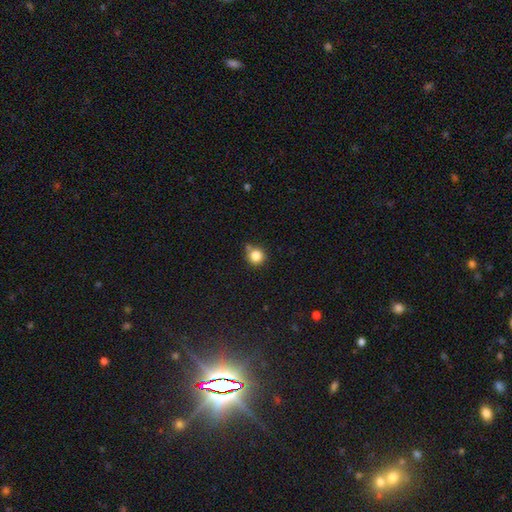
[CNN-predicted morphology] type=smooth (84%); roundness=round (88%); merging=none (63%).